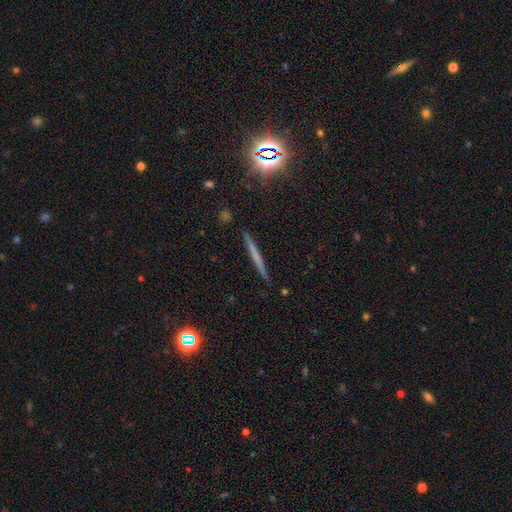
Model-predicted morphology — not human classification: The model was most divided on "smooth or featured": smooth: 44%, featured or disk: 42%, star or artifact: 14%. More confident: merging — none (90%).